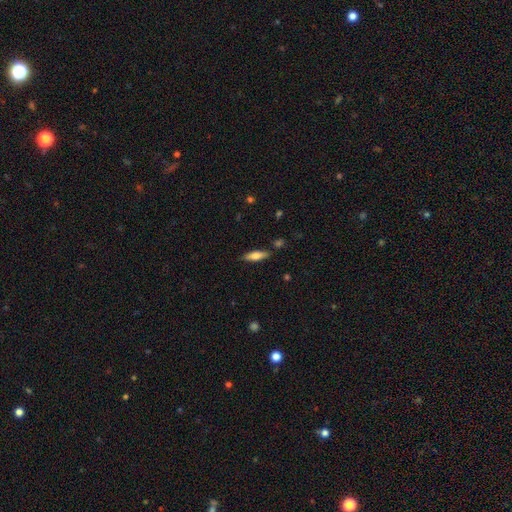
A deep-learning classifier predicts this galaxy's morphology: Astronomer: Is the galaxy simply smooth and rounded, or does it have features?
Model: smooth — 63%.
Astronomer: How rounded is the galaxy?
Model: cigar-shaped — 54% (runner-up: in between, 44%).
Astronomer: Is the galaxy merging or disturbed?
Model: none — 84%.